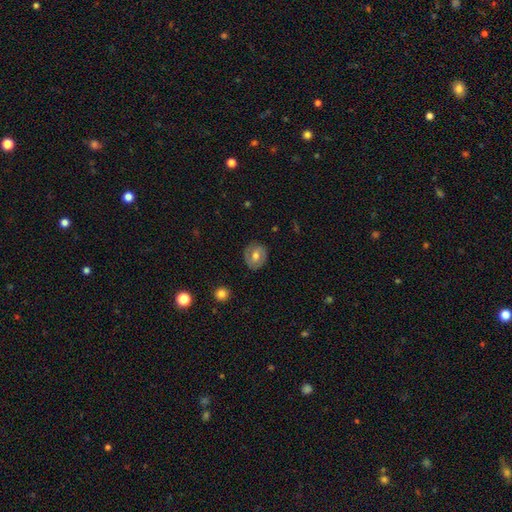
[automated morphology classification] This appears to be a featured or disk galaxy (47%). Merging: none (83%).